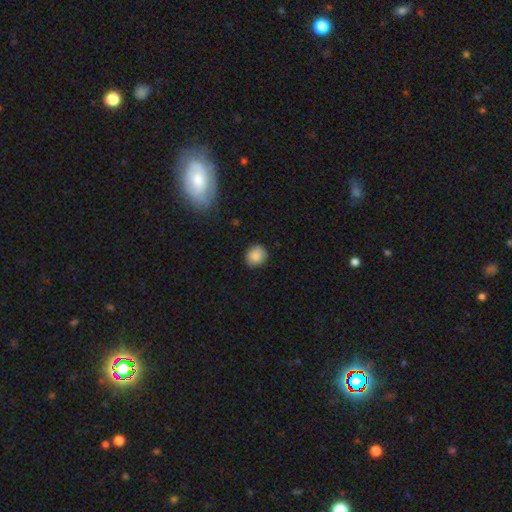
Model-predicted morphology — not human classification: Smooth or featured?
  - smooth: 85% *
  - star or artifact: 8%
  - featured or disk: 7%
How rounded?
  - round: 82% *
  - in between: 17%
  - cigar-shaped: 1%
Merging?
  - none: 84% *
  - minor disturbance: 12%
  - major disturbance: 3%
  - merger: 1%